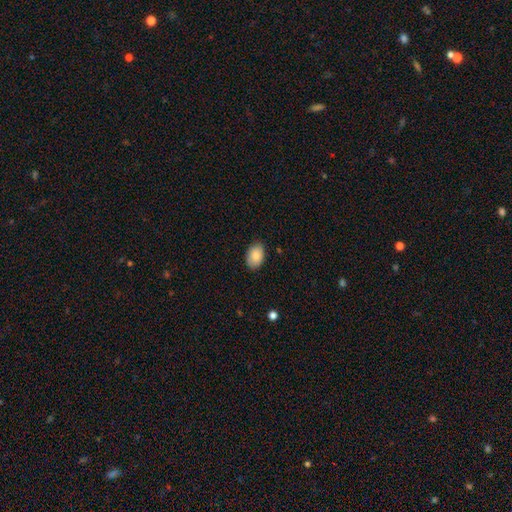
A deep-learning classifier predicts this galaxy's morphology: Q: Smooth or featured?
A: smooth (86%); runner-up: featured or disk (8%)
Q: How rounded?
A: in between (89%); runner-up: round (10%)
Q: Merging?
A: none (85%); runner-up: minor disturbance (11%)